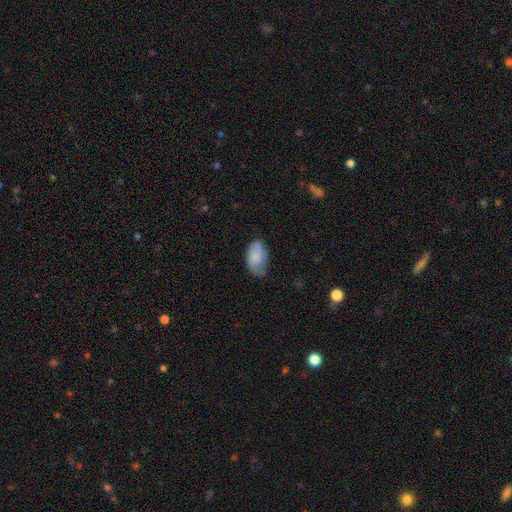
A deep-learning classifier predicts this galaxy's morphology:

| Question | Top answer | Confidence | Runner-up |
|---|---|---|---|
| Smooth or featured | smooth | 77% | featured or disk (17%) |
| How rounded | in between | 94% | round (5%) |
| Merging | none | 56% | minor disturbance (33%) |